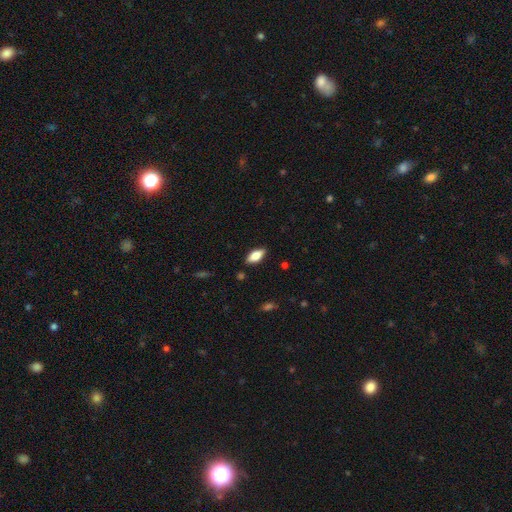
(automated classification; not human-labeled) Morphology: type=smooth (71%); roundness=in between (83%); merging=none (86%).